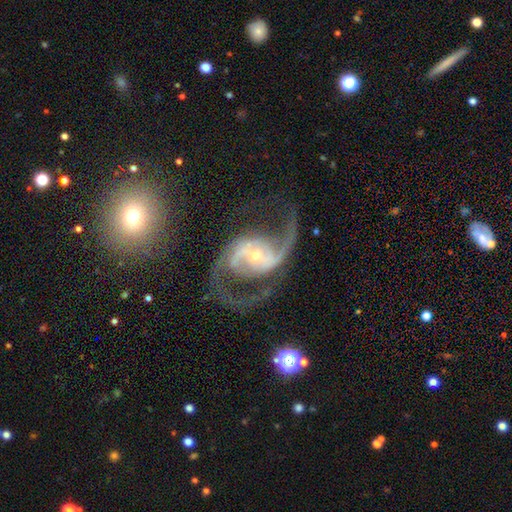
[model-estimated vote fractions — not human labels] A featured or disk galaxy (92%) with no bar (34%), 2 (93%) medium (52%) spiral arms (97%) and a small central bulge (57%). Merging: none (73%).